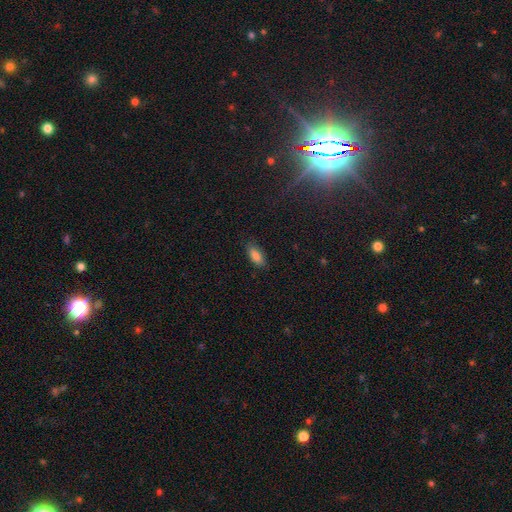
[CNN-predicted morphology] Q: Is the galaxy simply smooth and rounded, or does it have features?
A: smooth — 83%.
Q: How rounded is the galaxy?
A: in between — 83%.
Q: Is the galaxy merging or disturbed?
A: none — 84%.